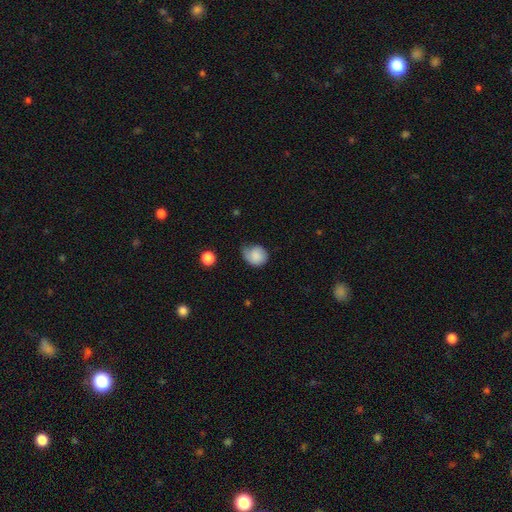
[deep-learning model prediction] This appears to be a smooth galaxy with no disk features (78%) that is round (66%). Merging: none (43%).